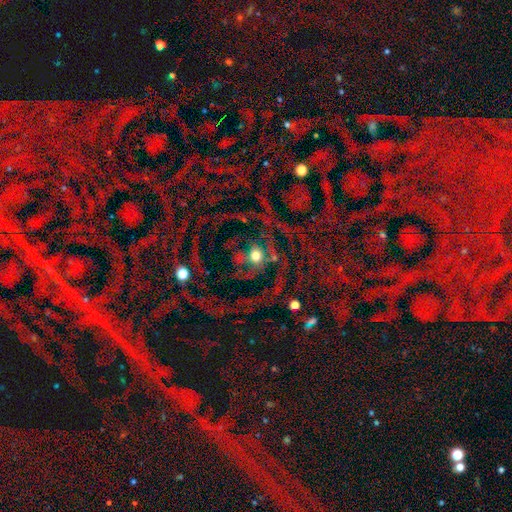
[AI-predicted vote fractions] smooth-or-featured: star or artifact: 43% | featured or disk: 36% | smooth: 21%